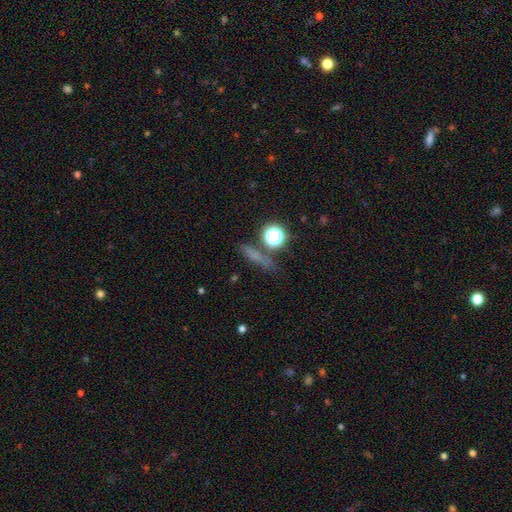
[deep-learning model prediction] Morphology: type=smooth (52%); roundness=cigar-shaped (61%); merging=none (75%).